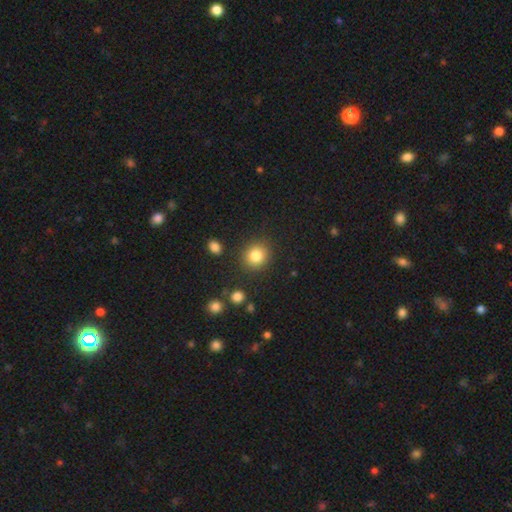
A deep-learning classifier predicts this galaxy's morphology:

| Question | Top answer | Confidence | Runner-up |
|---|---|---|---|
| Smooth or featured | smooth | 84% | star or artifact (11%) |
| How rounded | round | 87% | in between (12%) |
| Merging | none | 87% | minor disturbance (7%) |